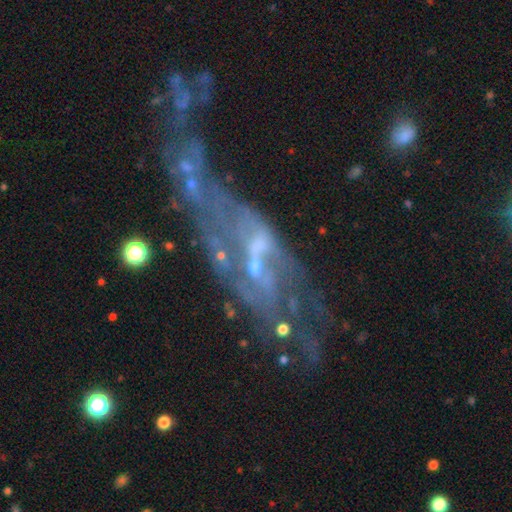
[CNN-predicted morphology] smooth-or-featured: featured or disk: 66% | star or artifact: 20% | smooth: 14%
  disk-edge-on: no: 79% | yes: 21%
    bar: no: 50% | weak: 33% | strong: 18%
    has-spiral-arms: yes: 55% | no: 45%
    bulge-size: small: 50% | none: 28% | moderate: 18% | large: 2% | dominant: 2%
  merging: major disturbance: 40% | none: 27% | merger: 18% | minor disturbance: 15%